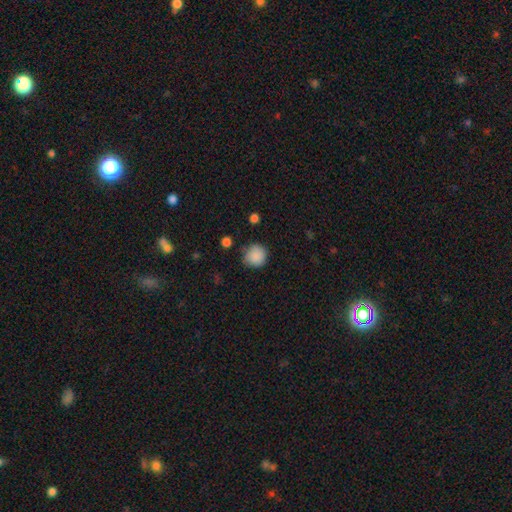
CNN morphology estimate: The model was most divided on "merging": none: 78%, minor disturbance: 16%, major disturbance: 4%, merger: 2%. More confident: how rounded — round (93%); smooth or featured — smooth (87%).